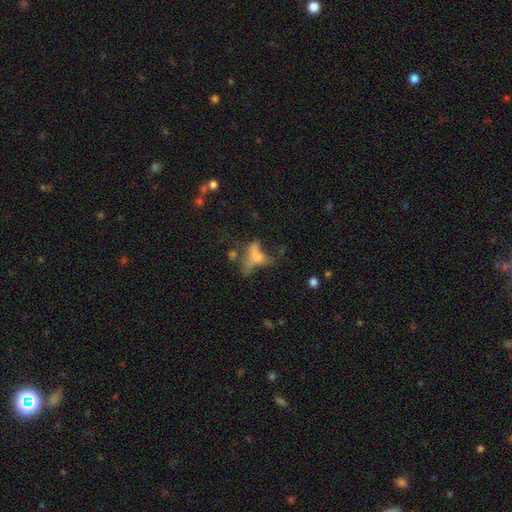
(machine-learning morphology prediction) smooth-or-featured: smooth: 43% | featured or disk: 38% | star or artifact: 19%
  merging: major disturbance: 39% | merger: 24% | none: 23% | minor disturbance: 13%